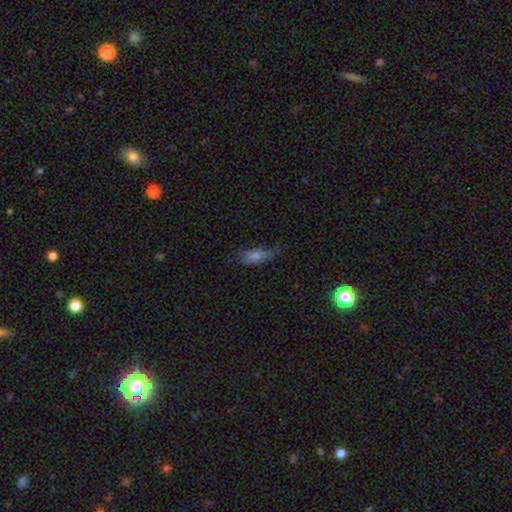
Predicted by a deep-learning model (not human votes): The model was most divided on "how rounded": in between: 58%, cigar-shaped: 37%, round: 5%. More confident: smooth or featured — smooth (65%); merging — none (59%).